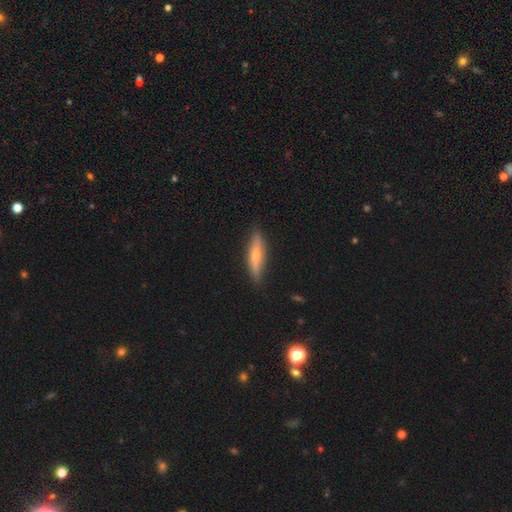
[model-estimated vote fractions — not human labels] Smooth or featured: smooth — 48% (featured or disk — 46%)
Merging: none — 86% (minor disturbance — 11%)